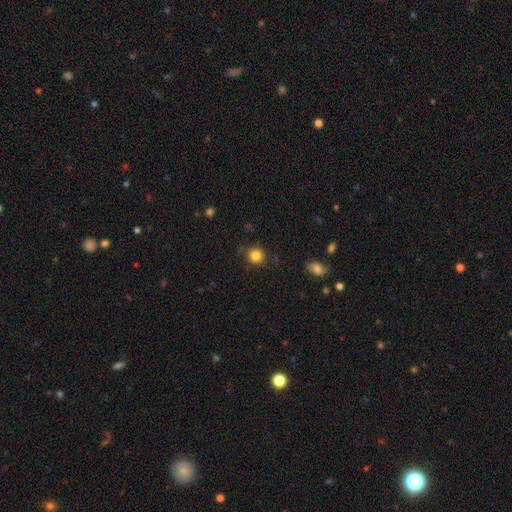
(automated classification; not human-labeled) Morphology: type=smooth (83%); roundness=round (88%); merging=none (84%).